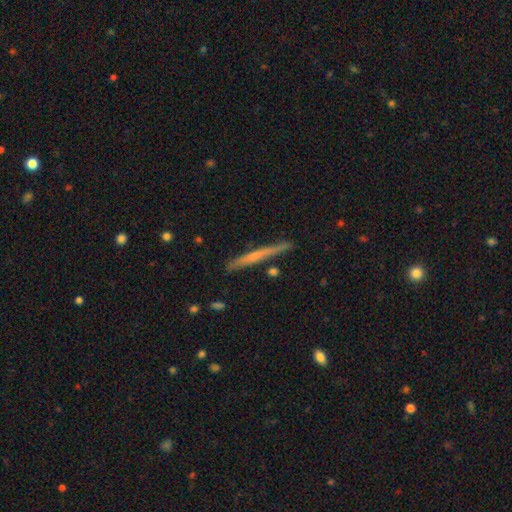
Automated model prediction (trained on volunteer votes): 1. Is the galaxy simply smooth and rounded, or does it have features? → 49% featured or disk, 45% smooth, 6% star or artifact.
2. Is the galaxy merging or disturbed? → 87% none, 9% minor disturbance, 2% merger, 2% major disturbance.